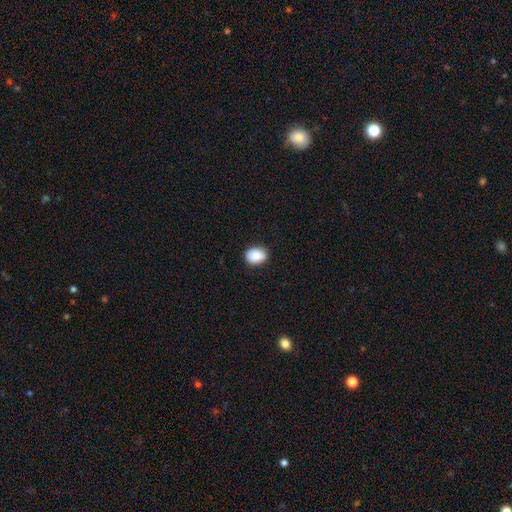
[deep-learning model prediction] A smooth galaxy with no disk features (87%) that is in between round and cigar-shaped (58%). Merging: none (85%).